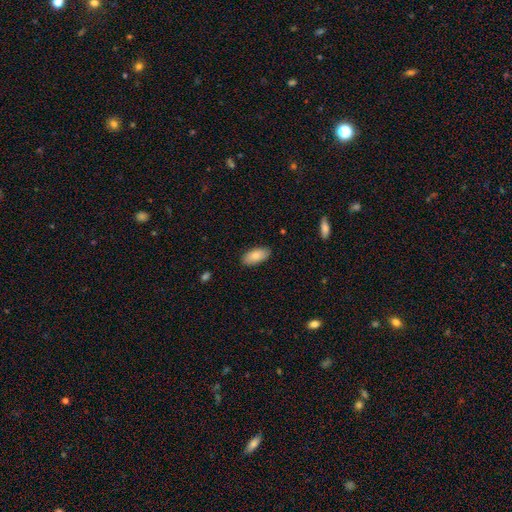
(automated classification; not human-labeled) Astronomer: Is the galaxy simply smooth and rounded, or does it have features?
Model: smooth — 81%.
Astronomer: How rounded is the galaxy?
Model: in between — 92%.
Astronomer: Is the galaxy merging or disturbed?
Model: none — 88%.